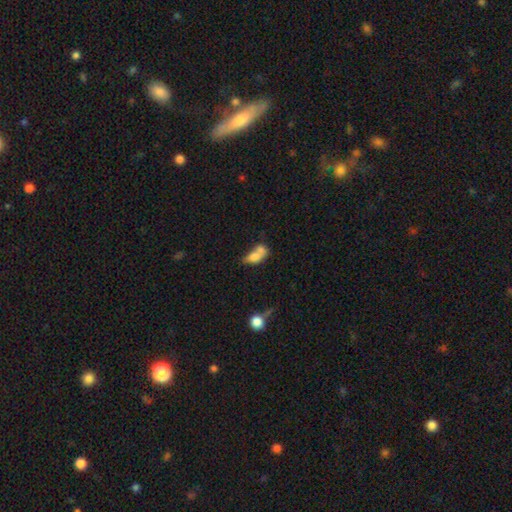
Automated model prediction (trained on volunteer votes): Overall: smooth (68%). How rounded: in between (80%). Merging: merger (57%; none 21%).